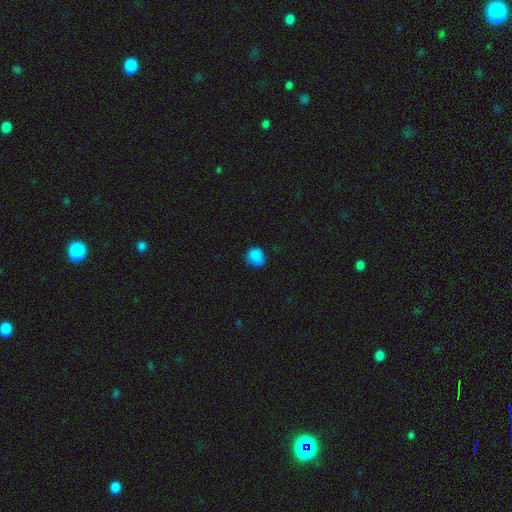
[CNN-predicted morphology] Smooth or featured? Predicted: smooth (p=0.86). How rounded? Predicted: round (p=0.72). Merging? Predicted: none (p=0.71).